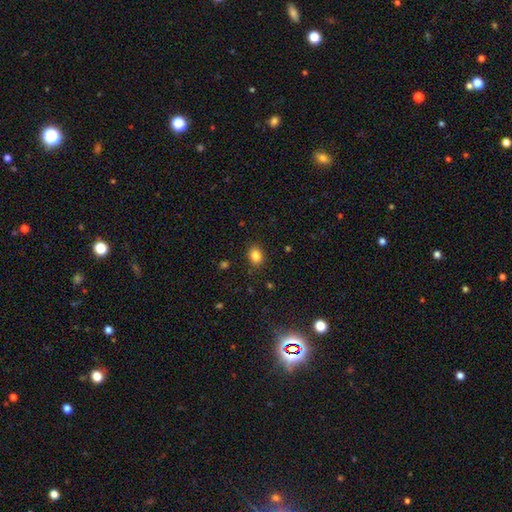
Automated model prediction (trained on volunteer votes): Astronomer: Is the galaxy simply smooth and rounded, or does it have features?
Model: smooth — 84%.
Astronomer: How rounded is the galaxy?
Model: in between — 50% (runner-up: round, 49%).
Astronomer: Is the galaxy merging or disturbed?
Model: none — 87%.